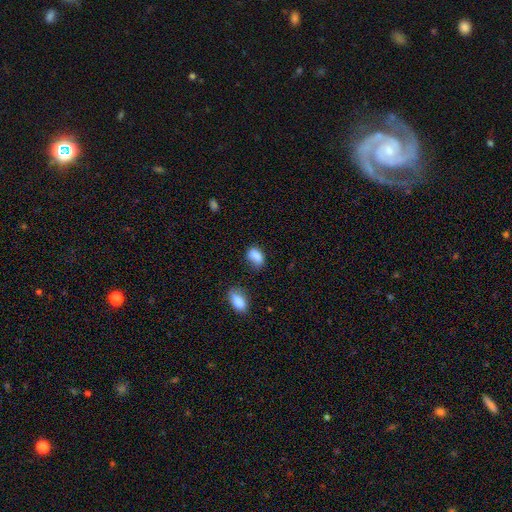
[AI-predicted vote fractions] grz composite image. It shows a smooth galaxy with no disk features (85%) that is in between round and cigar-shaped (83%). Merging: none (50%).